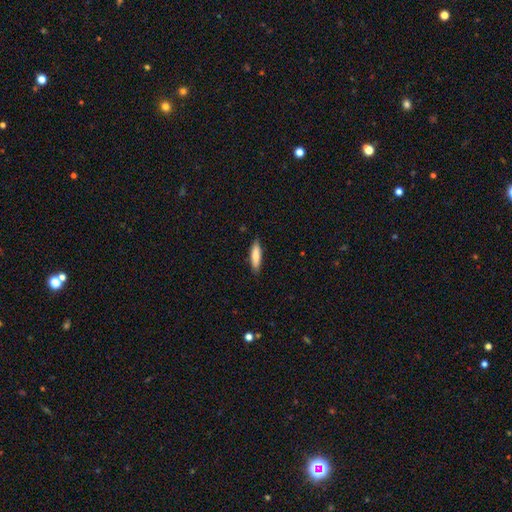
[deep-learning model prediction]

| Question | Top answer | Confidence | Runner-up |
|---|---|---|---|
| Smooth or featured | smooth | 76% | featured or disk (18%) |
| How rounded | cigar-shaped | 66% | in between (33%) |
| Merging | none | 86% | minor disturbance (11%) |